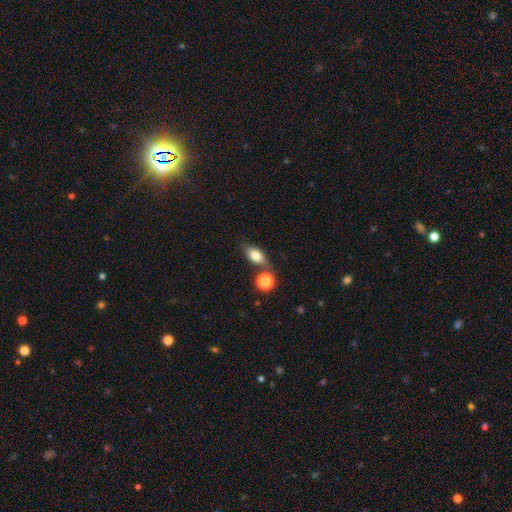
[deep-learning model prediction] Overall: smooth (76%). How rounded: in between (79%). Merging: none (63%).